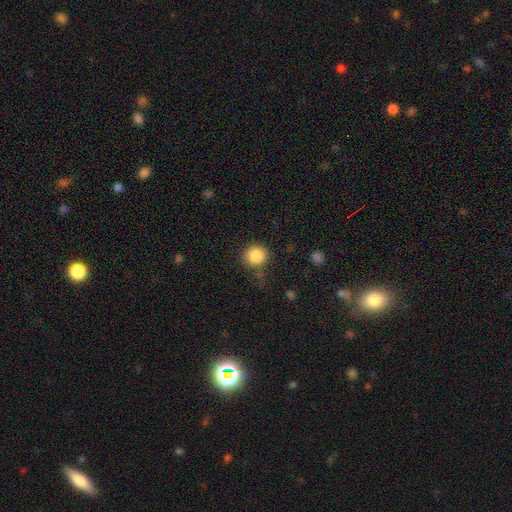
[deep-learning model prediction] This appears to be a smooth galaxy with no disk features (87%) that is round (85%). Merging: none (77%).